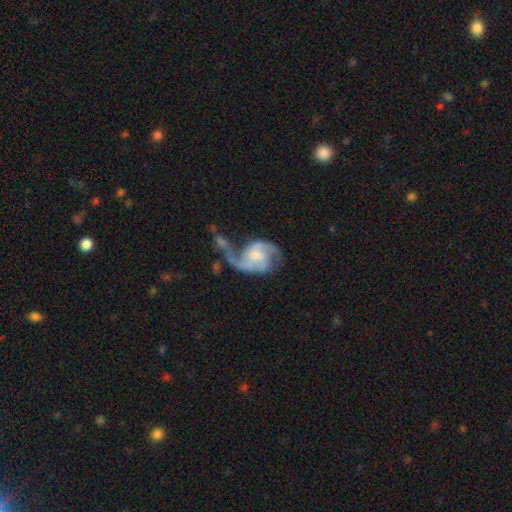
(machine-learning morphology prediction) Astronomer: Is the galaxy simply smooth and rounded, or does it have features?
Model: featured or disk — 87%.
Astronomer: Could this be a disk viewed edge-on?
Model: no — 98%.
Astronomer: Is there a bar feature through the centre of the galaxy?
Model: weak — 49% (runner-up: no, 39%).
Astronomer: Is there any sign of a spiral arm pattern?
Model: yes — 95%.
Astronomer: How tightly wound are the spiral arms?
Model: loose — 46% (runner-up: medium, 43%).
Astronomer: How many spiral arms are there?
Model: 2 — 83%.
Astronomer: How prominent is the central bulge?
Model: small — 40% (runner-up: moderate, 35%).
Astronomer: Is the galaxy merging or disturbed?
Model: none — 36% (runner-up: major disturbance, 33%).